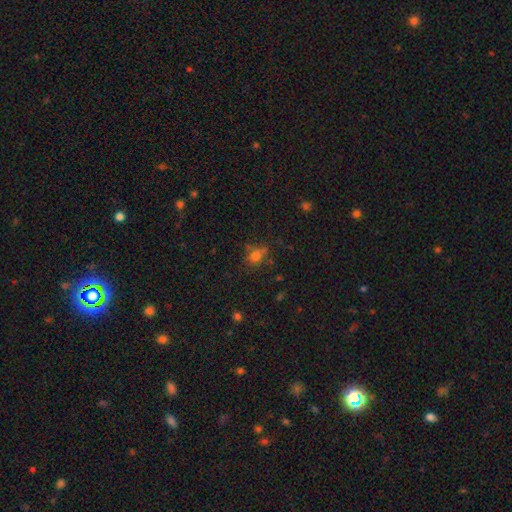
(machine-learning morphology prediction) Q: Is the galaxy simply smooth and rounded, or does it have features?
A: smooth — 69%.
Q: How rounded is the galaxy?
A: round — 65%.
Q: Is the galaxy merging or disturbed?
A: none — 59%.